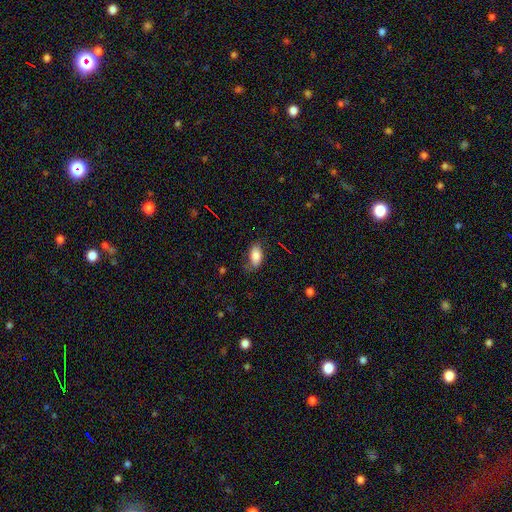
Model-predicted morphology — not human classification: Q: Smooth or featured?
A: smooth (81%); runner-up: featured or disk (12%)
Q: How rounded?
A: in between (91%); runner-up: cigar-shaped (5%)
Q: Merging?
A: none (67%); runner-up: minor disturbance (24%)